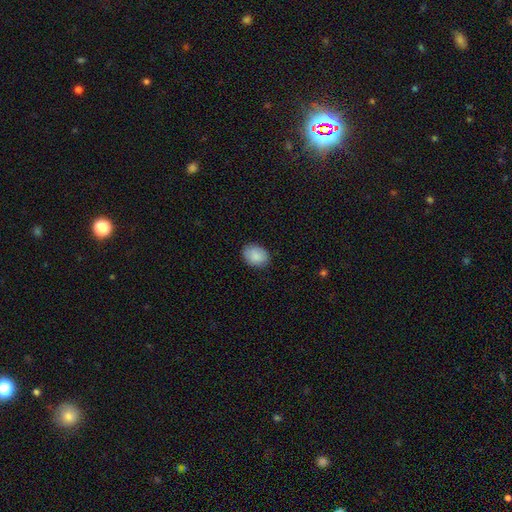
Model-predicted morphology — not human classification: Smooth or featured: smooth — 89% (star or artifact — 7%)
How rounded: in between — 69% (round — 30%)
Merging: none — 87% (minor disturbance — 10%)